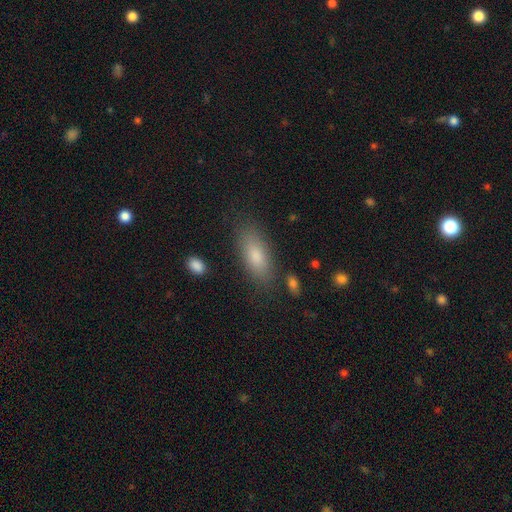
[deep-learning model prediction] smooth_or_featured: smooth (p=0.79) [alt: featured or disk p=0.13]
how_rounded: in between (p=0.78) [alt: cigar-shaped p=0.19]
merging: none (p=0.82) [alt: minor disturbance p=0.12]